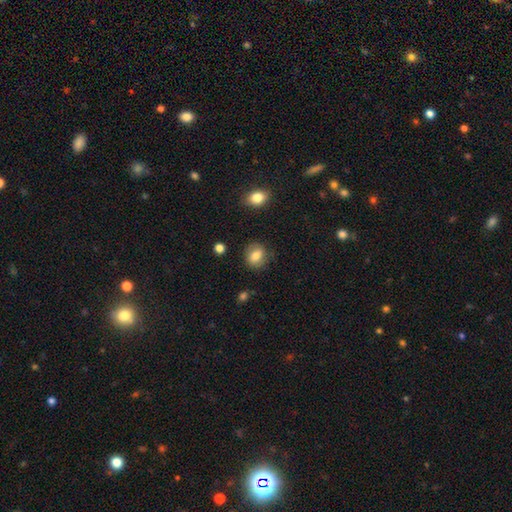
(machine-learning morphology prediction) Q: Smooth or featured?
A: smooth (79%); runner-up: featured or disk (12%)
Q: How rounded?
A: round (57%); runner-up: in between (42%)
Q: Merging?
A: none (80%); runner-up: minor disturbance (14%)